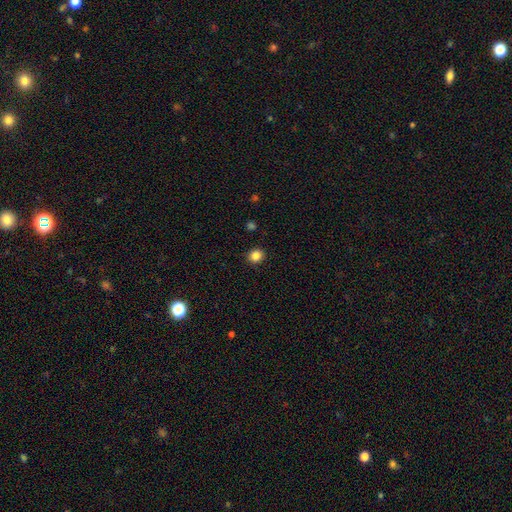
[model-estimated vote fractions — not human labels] Overall: smooth (85%). How rounded: round (82%). Merging: none (91%).